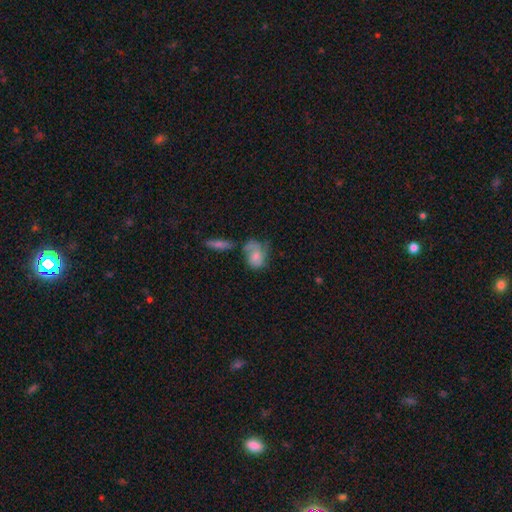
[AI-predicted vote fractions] A smooth galaxy with no disk features (57%) that is in between round and cigar-shaped (68%). Merging: none (33%).